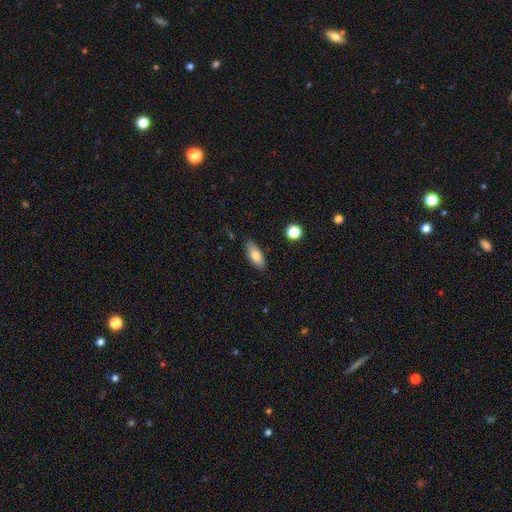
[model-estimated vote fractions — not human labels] A smooth galaxy with no disk features (79%) that is in between round and cigar-shaped (83%).

Vote fractions:
- Smooth or featured? smooth: 79% / featured or disk: 13% / star or artifact: 7%
- How rounded? in between: 83% / cigar-shaped: 13% / round: 3%
- Merging? none: 81% / minor disturbance: 14% / major disturbance: 3% / merger: 2%